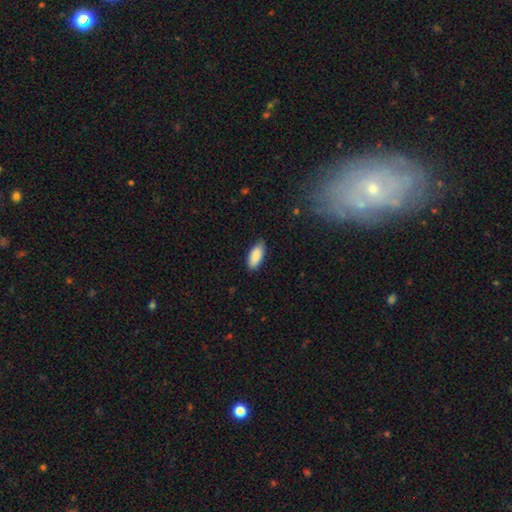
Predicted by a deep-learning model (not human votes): Q: Smooth or featured?
A: smooth (89%); runner-up: star or artifact (6%)
Q: How rounded?
A: in between (86%); runner-up: cigar-shaped (13%)
Q: Merging?
A: none (82%); runner-up: minor disturbance (14%)